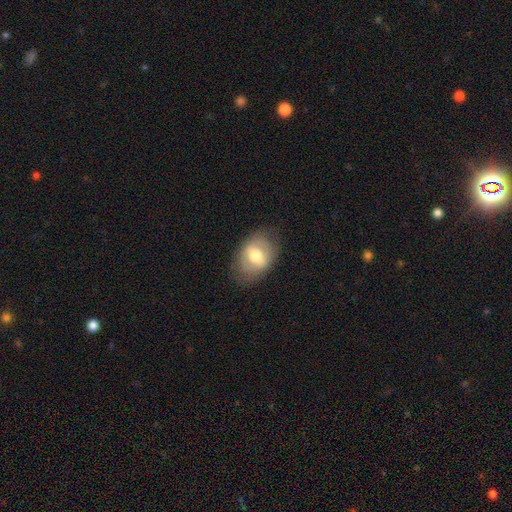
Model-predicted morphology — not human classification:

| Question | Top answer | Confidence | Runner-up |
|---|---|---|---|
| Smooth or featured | smooth | 53% | featured or disk (39%) |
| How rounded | in between | 77% | round (22%) |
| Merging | none | 75% | minor disturbance (17%) |